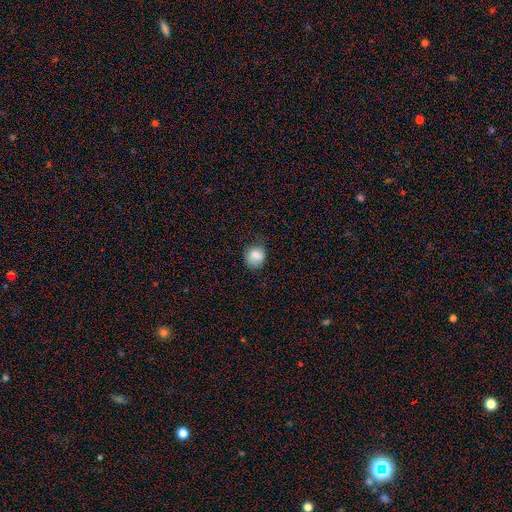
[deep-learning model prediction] This is clearly a smooth galaxy (81%). How rounded: likely round (65%). Merging: likely none (64%).